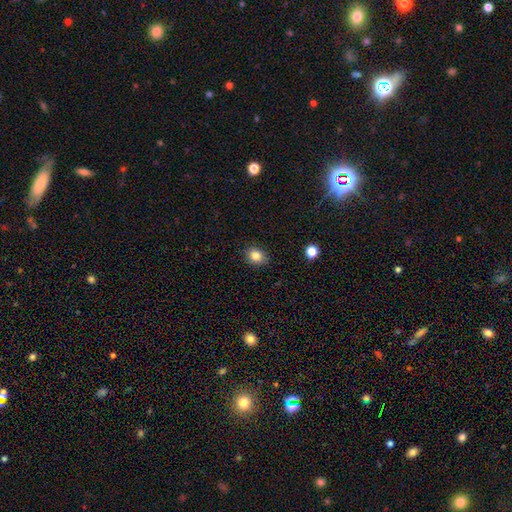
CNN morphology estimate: Smooth or featured: smooth — 84% (star or artifact — 10%)
How rounded: in between — 51% (round — 49%)
Merging: none — 86% (minor disturbance — 10%)